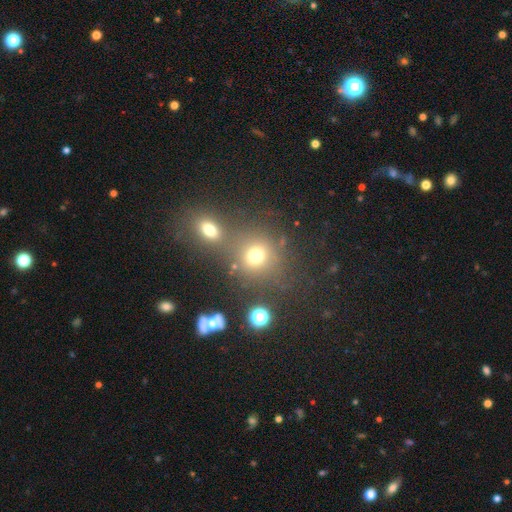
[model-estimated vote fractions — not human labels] smooth-or-featured: smooth: 69% | star or artifact: 20% | featured or disk: 10%
  how-rounded: round: 82% | in between: 17% | cigar-shaped: 1%
  merging: none: 58% | merger: 27% | minor disturbance: 10% | major disturbance: 6%